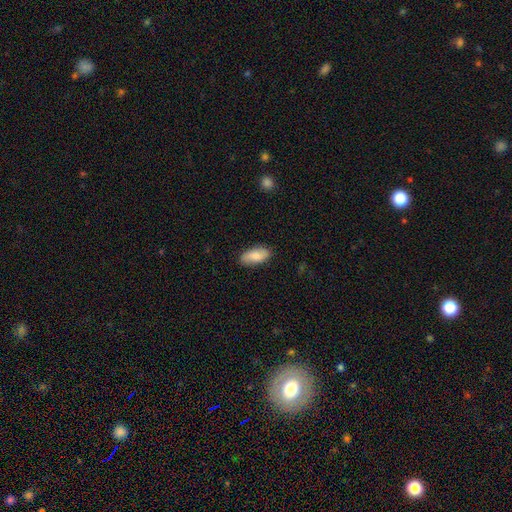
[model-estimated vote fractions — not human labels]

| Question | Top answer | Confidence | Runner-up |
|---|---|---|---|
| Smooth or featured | smooth | 77% | featured or disk (17%) |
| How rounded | in between | 90% | cigar-shaped (8%) |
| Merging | none | 85% | minor disturbance (11%) |